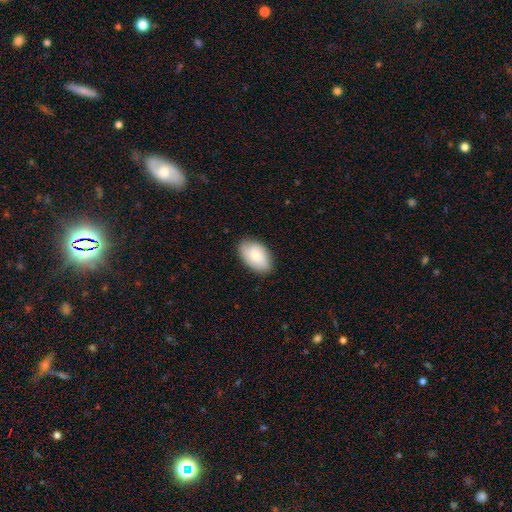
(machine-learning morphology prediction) smooth 76%, featured or disk 18%, star or artifact 6%. Down the decision tree: how rounded — in between (92%); merging — none (82%).